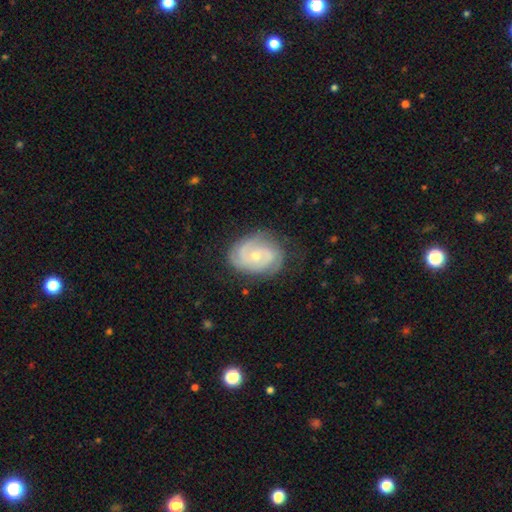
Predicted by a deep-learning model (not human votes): A featured or disk galaxy (81%) with no bar (70%), 2 (44%) tight (61%) spiral arms (94%) and a small central bulge (52%).

Vote fractions:
- Smooth or featured? featured or disk: 81% / smooth: 13% / star or artifact: 6%
- Edge-on disk? no: 97% / yes: 3%
- Bar? no: 70% / weak: 25% / strong: 5%
- Spiral arms? yes: 94% / no: 6%
- Spiral winding? tight: 61% / medium: 31% / loose: 8%
- Spiral arm count? 2: 44% / 3: 22% / can't tell: 22% / 4: 4% / 1: 4% / more than 4: 3%
- Bulge size? small: 52% / moderate: 45% / large: 1% / none: 1% / dominant: 1%
- Merging? none: 74% / minor disturbance: 19% / major disturbance: 7% / merger: 1%